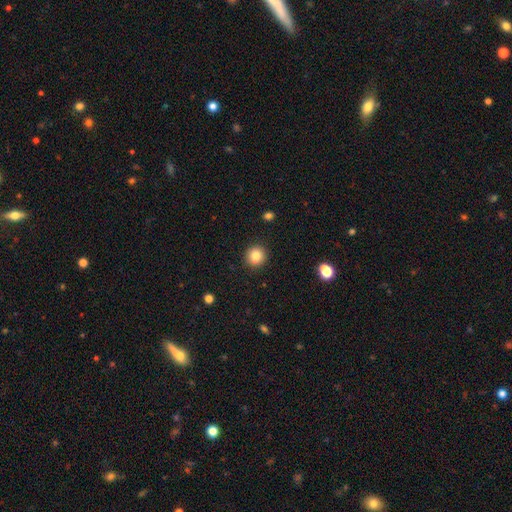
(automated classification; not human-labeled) The model was most divided on "smooth or featured": smooth: 83%, star or artifact: 10%, featured or disk: 7%. More confident: merging — none (92%); how rounded — round (92%).